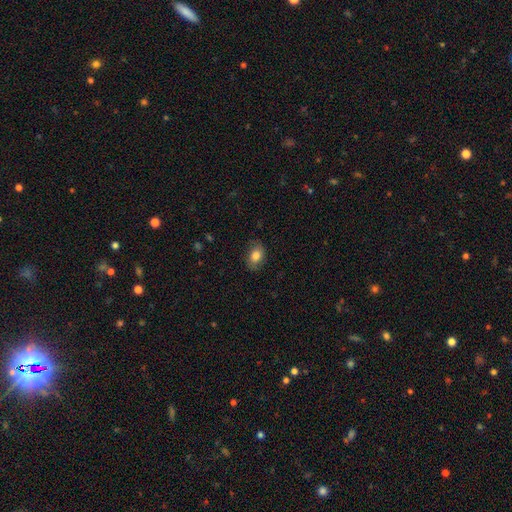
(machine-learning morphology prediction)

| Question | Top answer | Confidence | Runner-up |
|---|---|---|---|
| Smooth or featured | smooth | 81% | featured or disk (11%) |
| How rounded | in between | 80% | round (19%) |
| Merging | none | 81% | minor disturbance (15%) |